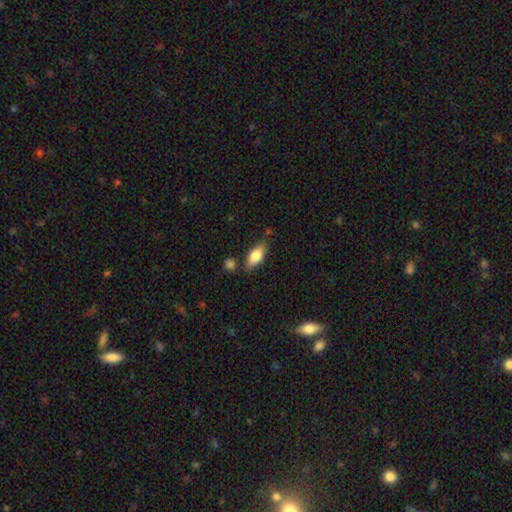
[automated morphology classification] Smooth or featured? Predicted: smooth (p=0.76). How rounded? Predicted: in between (p=0.80). Merging? Predicted: none (p=0.75).